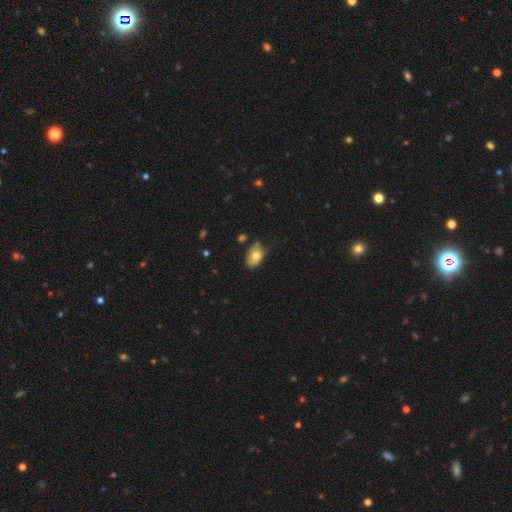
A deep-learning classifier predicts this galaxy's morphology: Smooth or featured?
  - smooth: 69% *
  - featured or disk: 23%
  - star or artifact: 8%
How rounded?
  - in between: 87% *
  - round: 11%
  - cigar-shaped: 1%
Merging?
  - none: 52% *
  - minor disturbance: 36%
  - major disturbance: 9%
  - merger: 3%